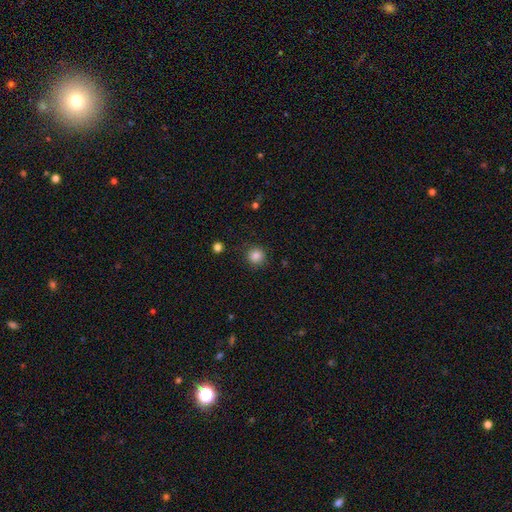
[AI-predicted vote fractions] Smooth or featured: smooth — 85% (star or artifact — 11%)
How rounded: round — 93% (in between — 6%)
Merging: none — 88% (minor disturbance — 8%)